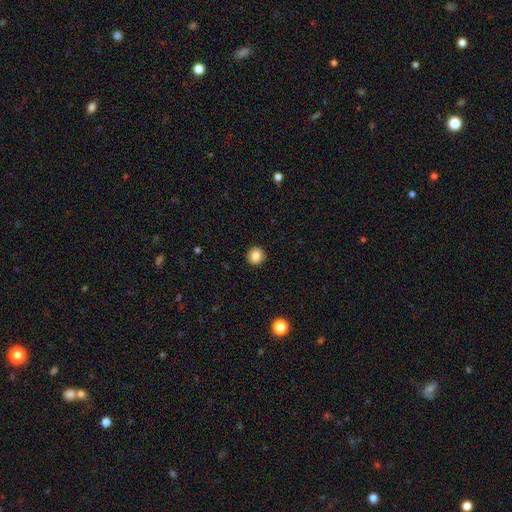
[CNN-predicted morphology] Smooth or featured? smooth (85%)
How rounded? round (91%)
Merging? none (93%)